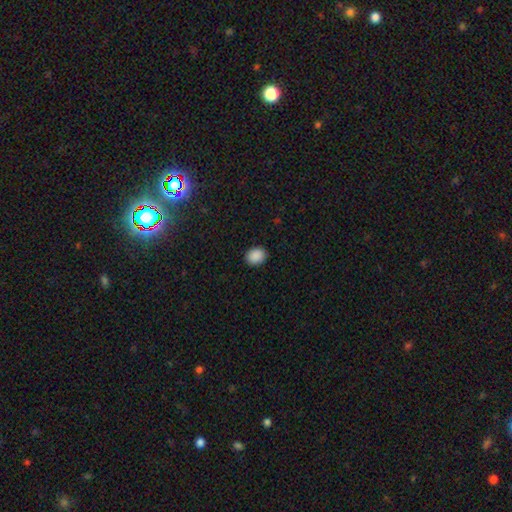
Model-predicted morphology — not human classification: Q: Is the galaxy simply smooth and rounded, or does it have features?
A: smooth — 90%.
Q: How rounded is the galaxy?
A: in between — 51%.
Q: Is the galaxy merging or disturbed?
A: none — 90%.